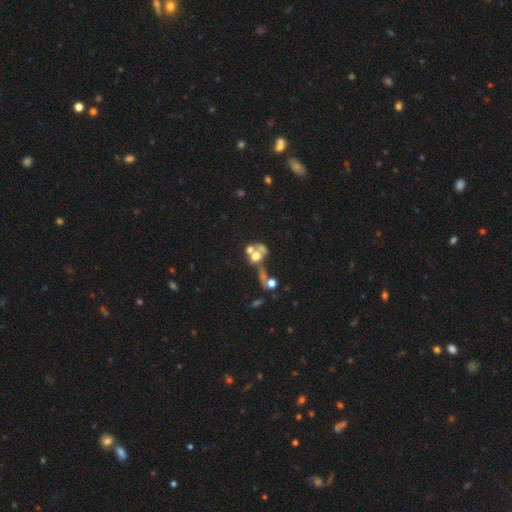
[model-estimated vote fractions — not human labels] This appears to be a smooth galaxy with no disk features (46%). Merging: merger (58%).